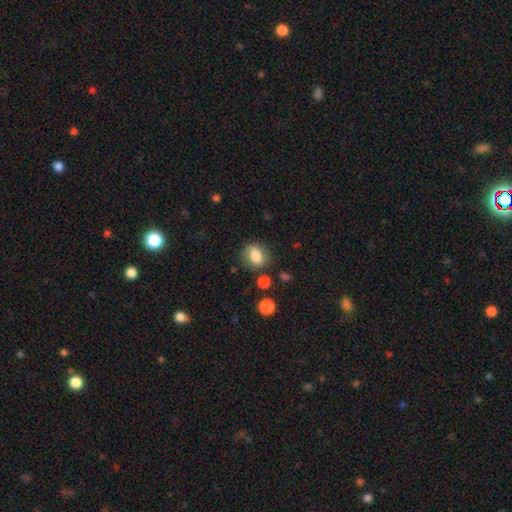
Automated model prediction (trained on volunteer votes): Smooth or featured? Predicted: smooth (p=0.80). How rounded? Predicted: in between (p=0.50). Merging? Predicted: none (p=0.73).